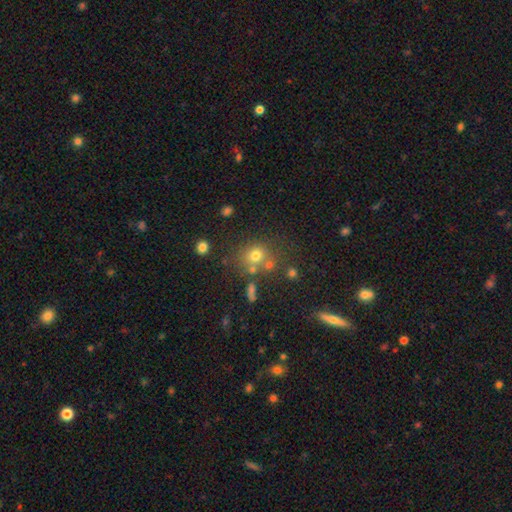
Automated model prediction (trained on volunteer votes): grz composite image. It shows a smooth galaxy with no disk features (70%) that is round (78%). Merging: none (63%).